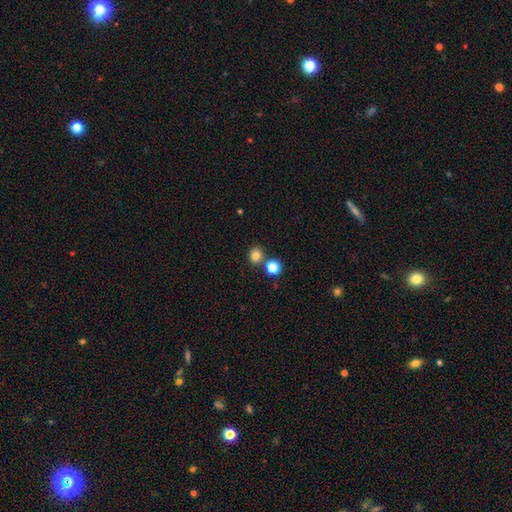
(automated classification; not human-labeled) Smooth or featured?
  - smooth: 81% *
  - star or artifact: 14%
  - featured or disk: 5%
How rounded?
  - round: 79% *
  - in between: 20%
  - cigar-shaped: 1%
Merging?
  - none: 72% *
  - merger: 17%
  - minor disturbance: 8%
  - major disturbance: 3%